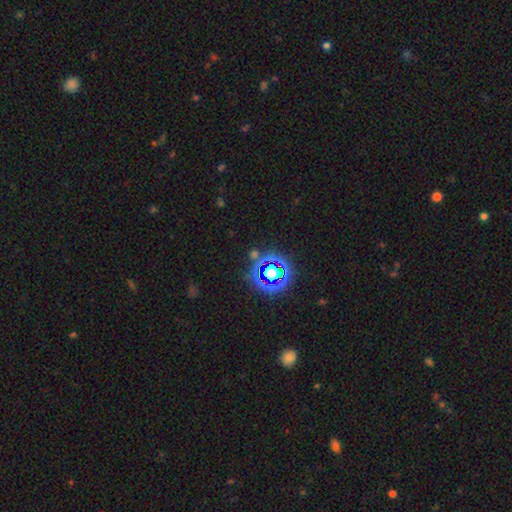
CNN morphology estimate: Q: Smooth or featured?
A: star or artifact (73%); runner-up: smooth (19%)